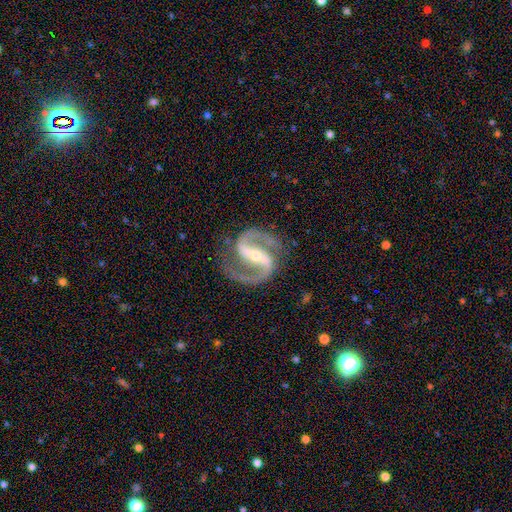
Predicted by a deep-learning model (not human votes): smooth_or_featured: featured or disk (p=0.94) [alt: star or artifact p=0.04]
disk_edge_on: no (p=0.98) [alt: yes p=0.02]
bar: strong (p=0.70) [alt: weak p=0.20]
has_spiral_arms: yes (p=0.98) [alt: no p=0.02]
spiral_winding: medium (p=0.65) [alt: tight p=0.20]
spiral_arm_count: 2 (p=0.95) [alt: can't tell p=0.01]
bulge_size: small (p=0.64) [alt: moderate p=0.32]
merging: none (p=0.85) [alt: minor disturbance p=0.10]